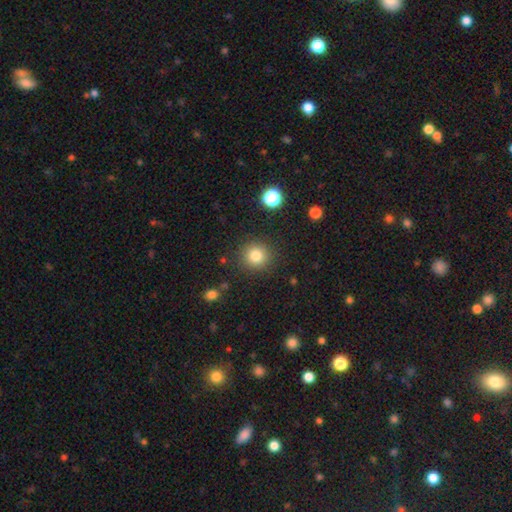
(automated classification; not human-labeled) Q: Smooth or featured?
A: smooth (80%); runner-up: star or artifact (13%)
Q: How rounded?
A: round (92%); runner-up: in between (7%)
Q: Merging?
A: none (89%); runner-up: minor disturbance (7%)